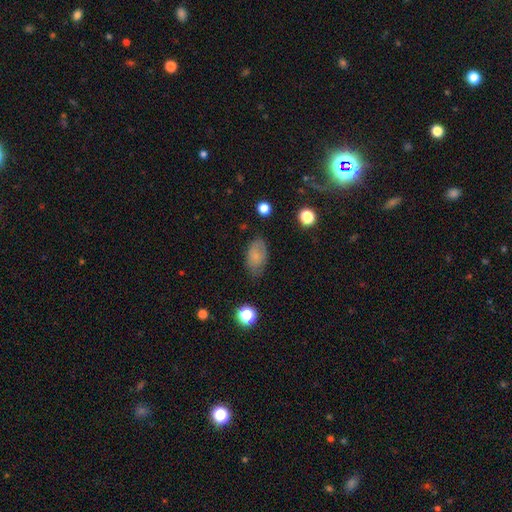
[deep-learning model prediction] Smooth or featured: smooth — 73% (featured or disk — 17%)
How rounded: in between — 91% (round — 6%)
Merging: none — 72% (minor disturbance — 21%)